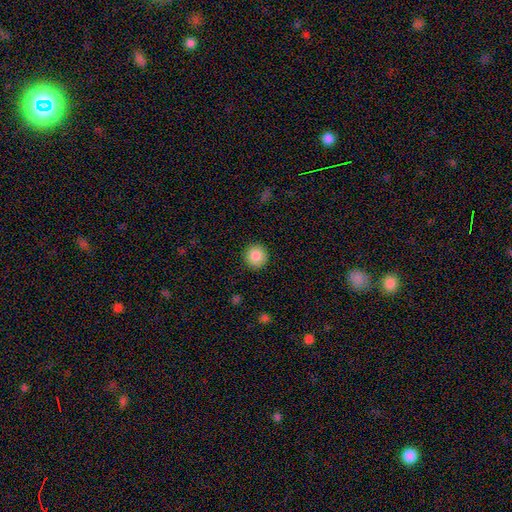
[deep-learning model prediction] Q: Smooth or featured?
A: smooth (87%); runner-up: star or artifact (9%)
Q: How rounded?
A: round (95%); runner-up: in between (4%)
Q: Merging?
A: none (92%); runner-up: minor disturbance (5%)